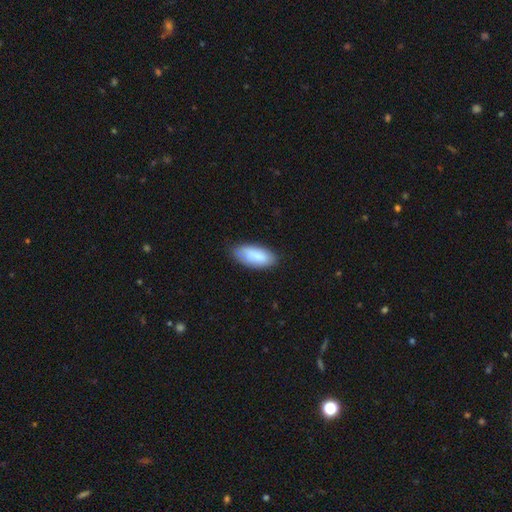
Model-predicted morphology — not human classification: Smooth or featured?
  - smooth: 83% *
  - featured or disk: 11%
  - star or artifact: 6%
How rounded?
  - in between: 91% *
  - cigar-shaped: 7%
  - round: 2%
Merging?
  - none: 75% *
  - minor disturbance: 20%
  - major disturbance: 4%
  - merger: 1%